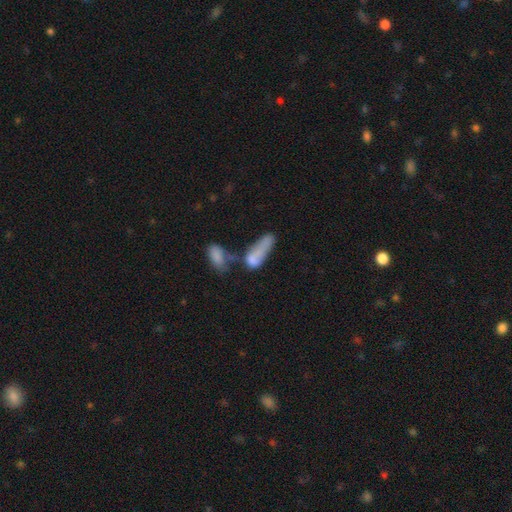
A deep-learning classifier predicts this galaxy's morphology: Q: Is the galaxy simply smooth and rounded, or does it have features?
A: smooth — 67%.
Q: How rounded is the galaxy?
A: in between — 60%.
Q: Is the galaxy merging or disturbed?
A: merger — 49%.